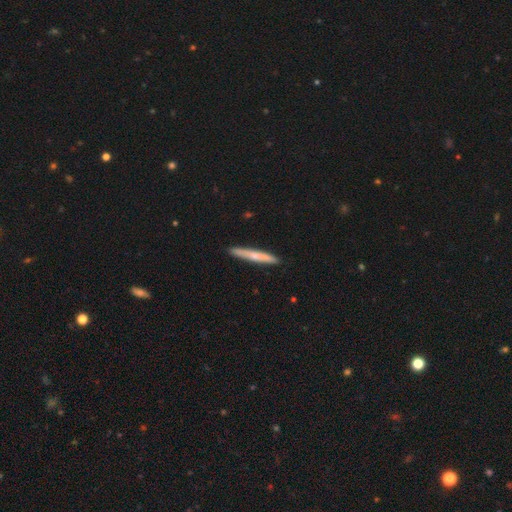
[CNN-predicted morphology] The model was most divided on "smooth or featured": smooth: 52%, featured or disk: 42%, star or artifact: 5%. More confident: how rounded — cigar-shaped (95%); merging — none (90%).